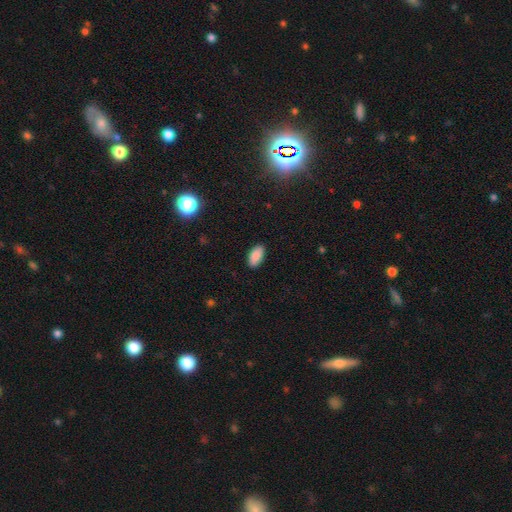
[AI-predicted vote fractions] smooth 88%, star or artifact 7%, featured or disk 5%. Down the decision tree: how rounded — in between (92%); merging — none (88%).